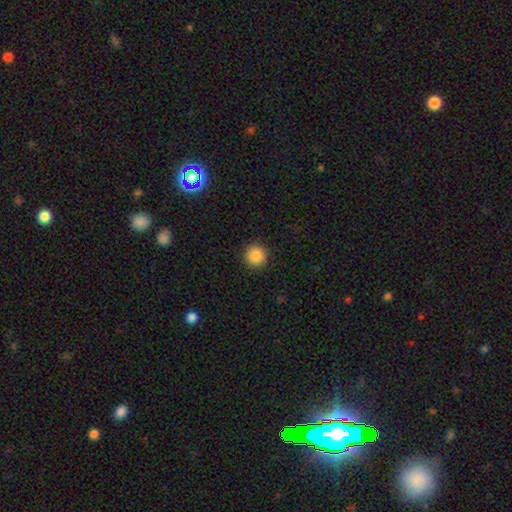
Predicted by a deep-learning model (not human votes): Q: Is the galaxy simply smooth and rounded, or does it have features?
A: smooth — 87%.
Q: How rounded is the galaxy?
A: round — 95%.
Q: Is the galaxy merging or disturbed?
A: none — 92%.